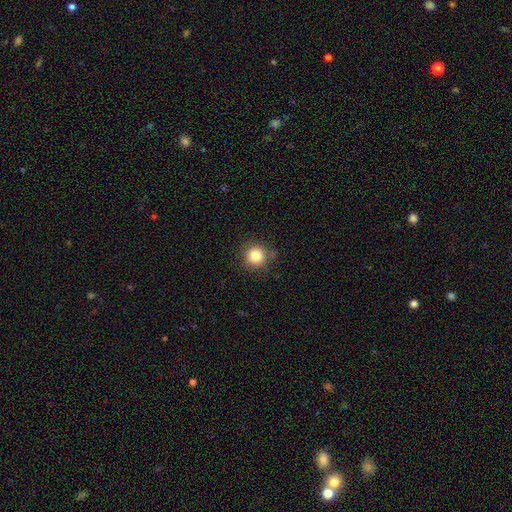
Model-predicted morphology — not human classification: A smooth galaxy with no disk features (84%) that is round (94%).

Vote fractions:
- Smooth or featured? smooth: 84% / star or artifact: 11% / featured or disk: 5%
- How rounded? round: 94% / in between: 5% / cigar-shaped: 1%
- Merging? none: 85% / minor disturbance: 10% / major disturbance: 3% / merger: 2%